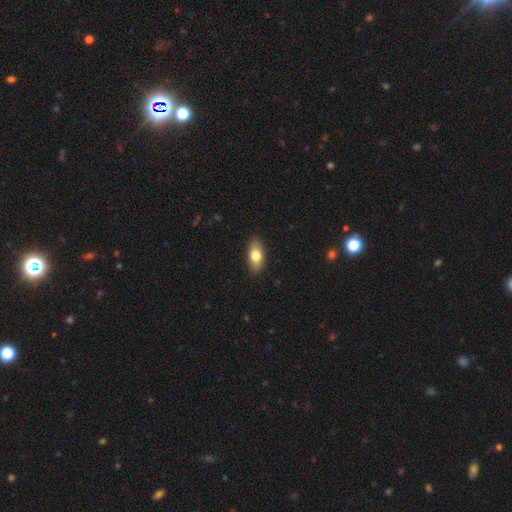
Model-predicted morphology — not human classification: Smooth or featured: smooth — 80% (featured or disk — 14%)
How rounded: in between — 88% (cigar-shaped — 7%)
Merging: none — 89% (minor disturbance — 9%)